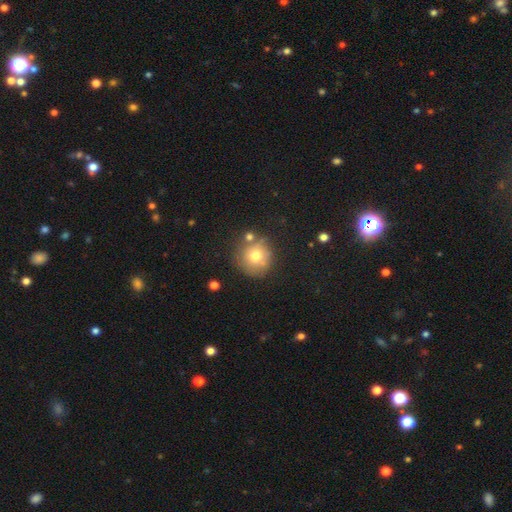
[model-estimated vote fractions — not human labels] Q: Smooth or featured?
A: smooth (71%); runner-up: featured or disk (17%)
Q: How rounded?
A: round (91%); runner-up: in between (8%)
Q: Merging?
A: none (68%); runner-up: minor disturbance (15%)